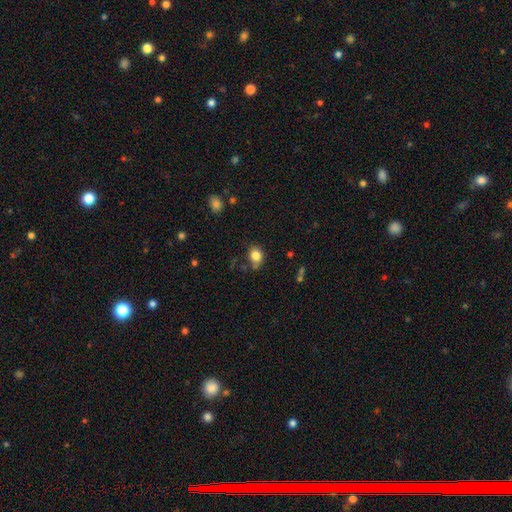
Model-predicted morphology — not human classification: This appears to be a smooth galaxy with no disk features (83%) that is round (51%). Merging: none (70%).